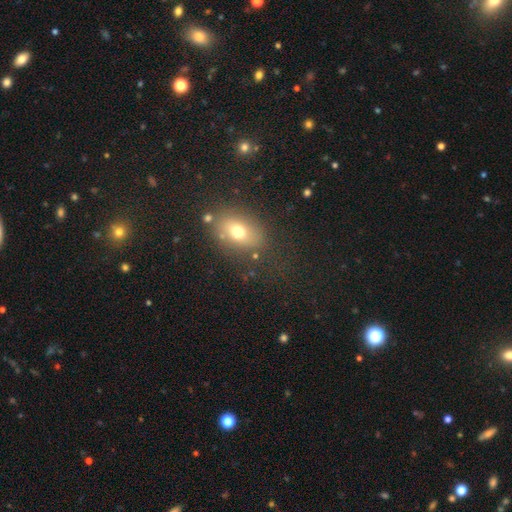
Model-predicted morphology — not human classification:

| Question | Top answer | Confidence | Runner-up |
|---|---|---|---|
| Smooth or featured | smooth | 68% | featured or disk (16%) |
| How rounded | in between | 72% | round (25%) |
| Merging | none | 76% | minor disturbance (14%) |